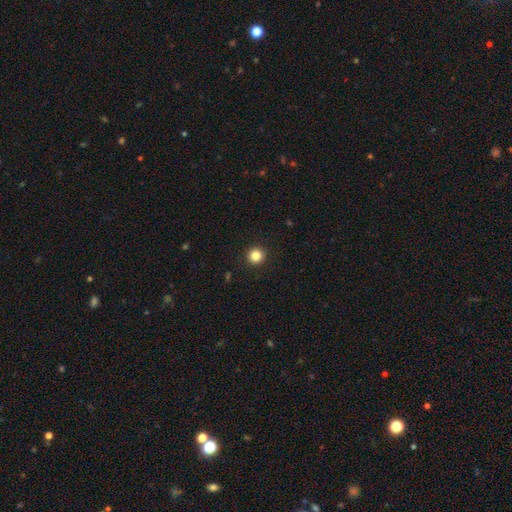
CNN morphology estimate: A smooth galaxy with no disk features (84%) that is round (95%). Merging: none (93%).